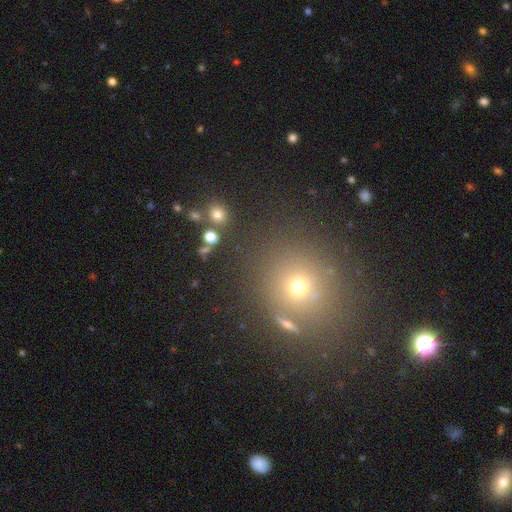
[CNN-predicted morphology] This appears to be a smooth galaxy with no disk features (53%) that is round (83%). Merging: none (82%).